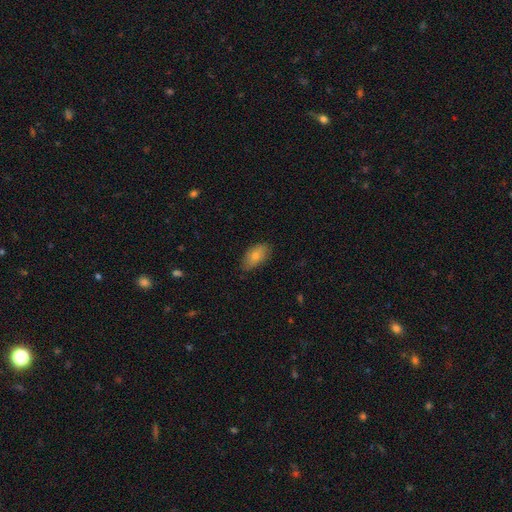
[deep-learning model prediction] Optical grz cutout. It shows a smooth galaxy with no disk features (77%) that is in between round and cigar-shaped (92%). Merging: none (81%).